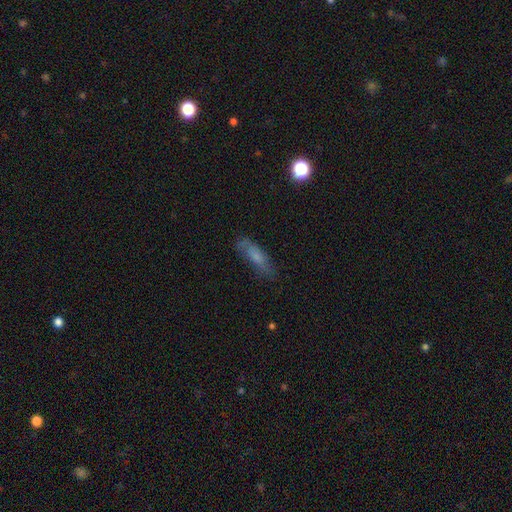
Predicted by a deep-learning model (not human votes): A smooth galaxy with no disk features (62%) that is in between round and cigar-shaped (49%, tied with cigar-shaped). Merging: none (68%).